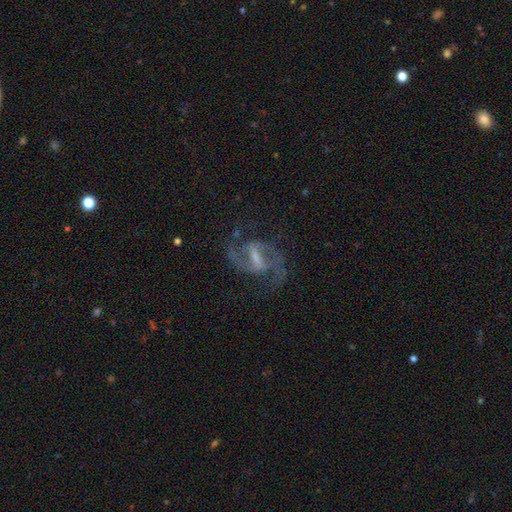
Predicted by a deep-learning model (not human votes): Smooth or featured? featured or disk (90%)
Edge-on disk? no (97%)
Bar? weak (46%)
Spiral arms? yes (98%)
Spiral winding? medium (62%)
Spiral arm count? 2 (93%)
Bulge size? small (41%)
Merging? none (75%)